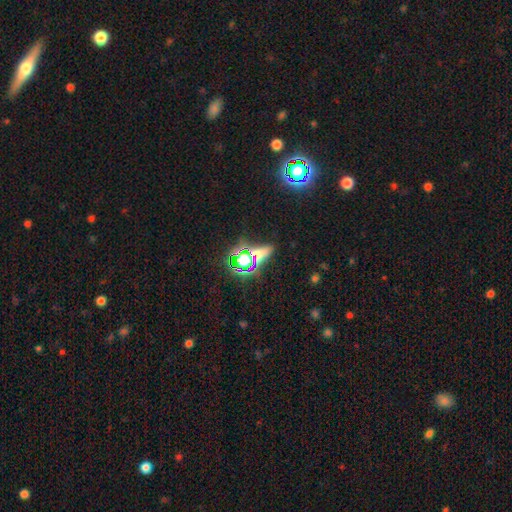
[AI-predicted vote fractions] Smooth or featured: star or artifact — 51% (smooth — 35%)